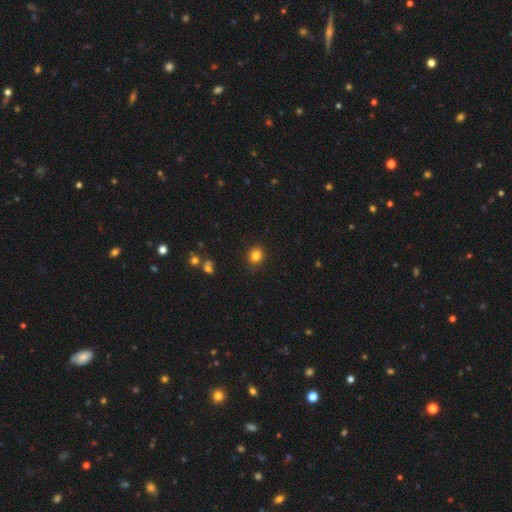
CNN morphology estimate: smooth_or_featured: smooth (p=0.83) [alt: star or artifact p=0.12]
how_rounded: round (p=0.66) [alt: in between p=0.33]
merging: none (p=0.87) [alt: minor disturbance p=0.09]